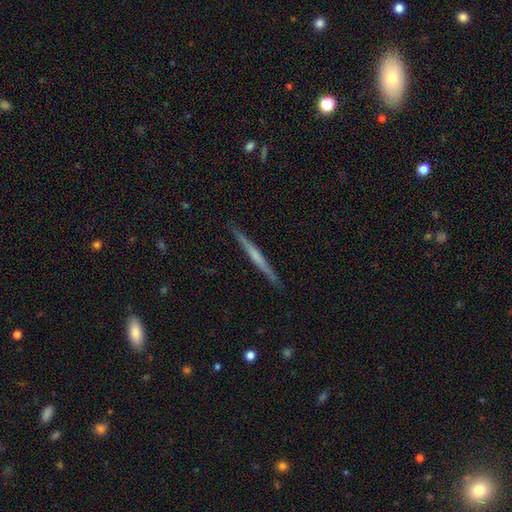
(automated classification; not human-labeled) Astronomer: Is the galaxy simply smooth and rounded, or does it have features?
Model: featured or disk — 61%.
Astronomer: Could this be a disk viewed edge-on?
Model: yes — 98%.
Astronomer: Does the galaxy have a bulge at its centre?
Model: none — 58%.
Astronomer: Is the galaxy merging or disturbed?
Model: none — 90%.